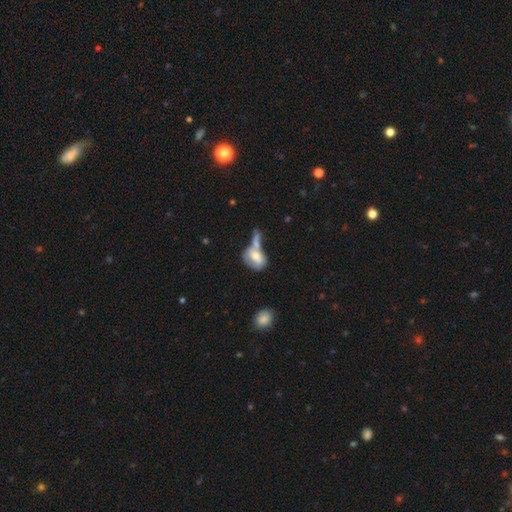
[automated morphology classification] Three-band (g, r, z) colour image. It shows a smooth galaxy with no disk features (61%) that is in between round and cigar-shaped (73%). Merging: merger (48%).